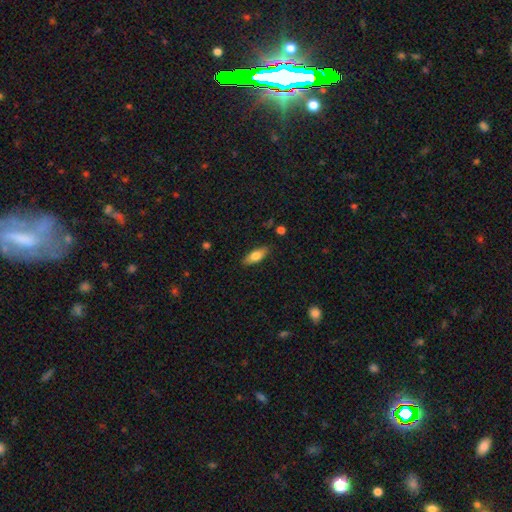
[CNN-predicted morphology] type=smooth (72%); roundness=in between (69%); merging=none (86%).